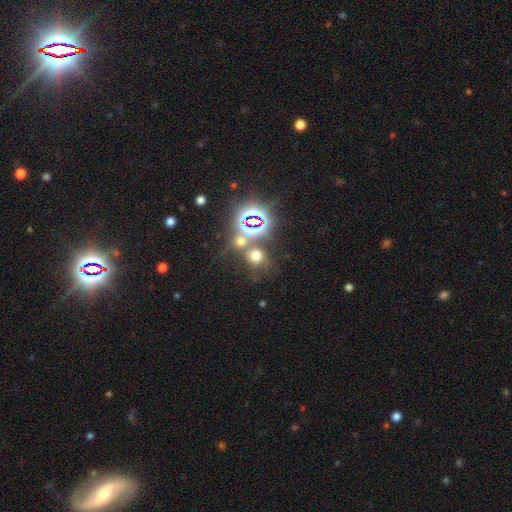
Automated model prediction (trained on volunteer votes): smooth 52%, star or artifact 38%, featured or disk 10%. Down the decision tree: how rounded — round (81%); merging — none (58%).